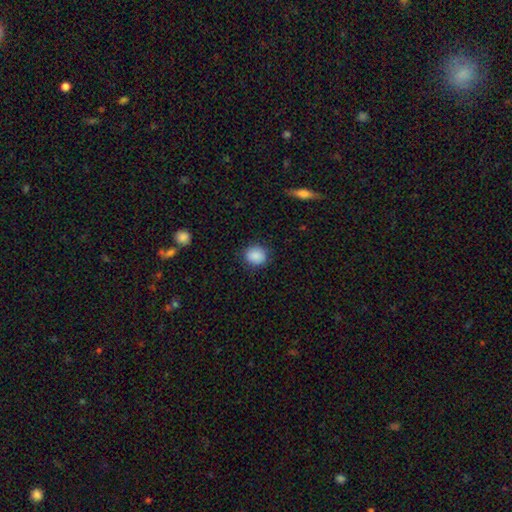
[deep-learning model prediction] smooth-or-featured: smooth: 89% | star or artifact: 8% | featured or disk: 3%
  how-rounded: round: 75% | in between: 24% | cigar-shaped: 1%
  merging: none: 86% | minor disturbance: 10% | major disturbance: 3% | merger: 1%